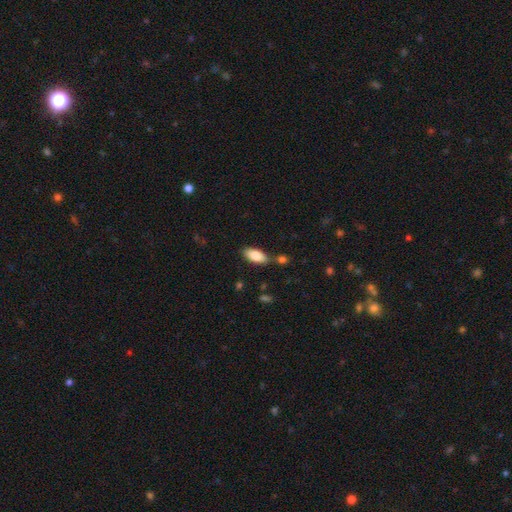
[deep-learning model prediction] The model was most divided on "merging": none: 75%, minor disturbance: 13%, merger: 9%, major disturbance: 3%. More confident: how rounded — in between (90%); smooth or featured — smooth (83%).